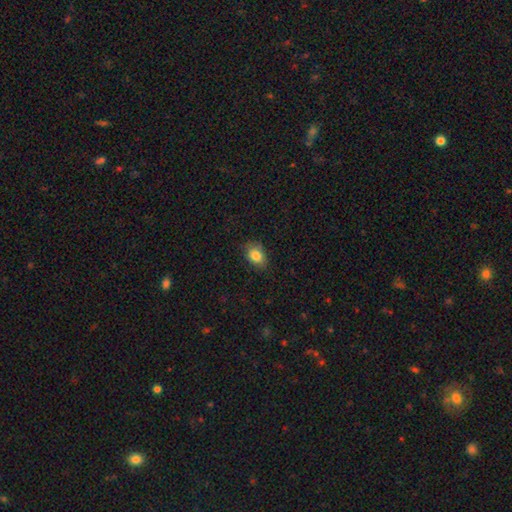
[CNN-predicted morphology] type=smooth (84%); roundness=in between (76%); merging=none (78%).